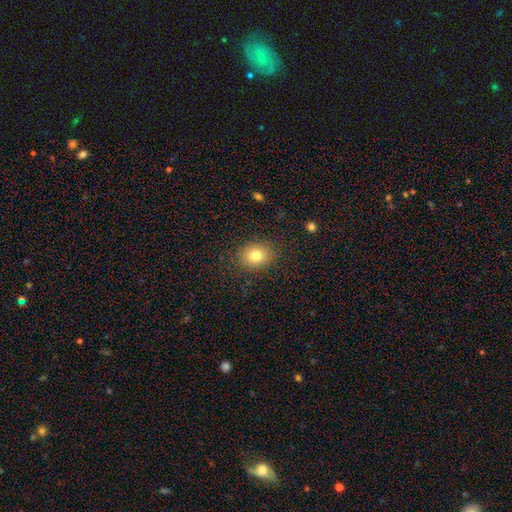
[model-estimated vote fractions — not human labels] Smooth or featured: smooth — 79% (star or artifact — 11%)
How rounded: round — 60% (in between — 39%)
Merging: none — 87% (minor disturbance — 9%)